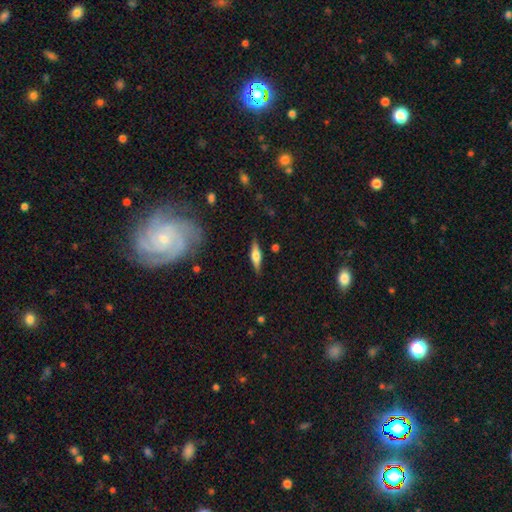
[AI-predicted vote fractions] A featured or disk galaxy (51%) viewed edge-on (93%). Merging: none (85%).